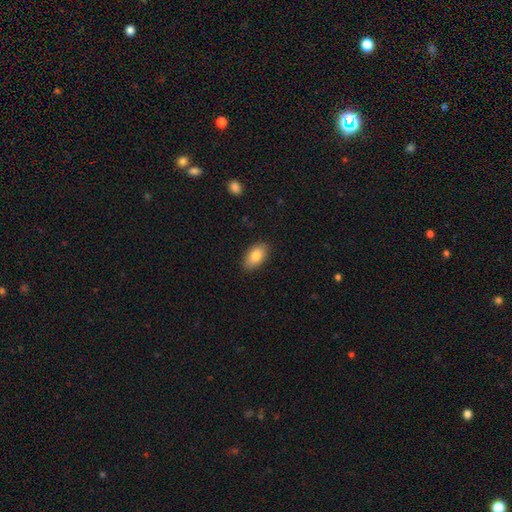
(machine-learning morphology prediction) Smooth or featured?
  - smooth: 84% *
  - featured or disk: 10%
  - star or artifact: 7%
How rounded?
  - in between: 93% *
  - round: 4%
  - cigar-shaped: 3%
Merging?
  - none: 87% *
  - minor disturbance: 9%
  - major disturbance: 2%
  - merger: 1%